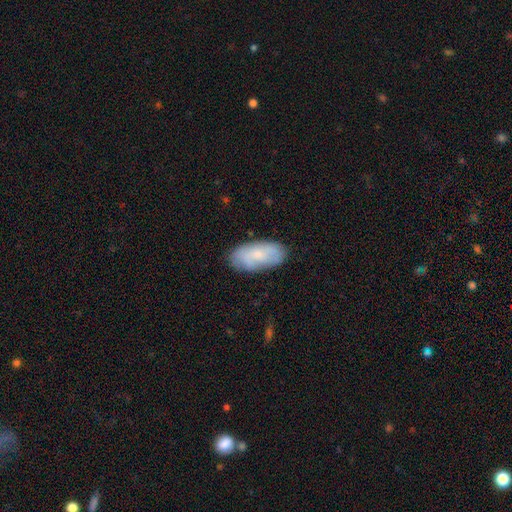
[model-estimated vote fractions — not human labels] This is likely a smooth galaxy (65%). How rounded: clearly in between (92%). Merging: clearly none (80%).